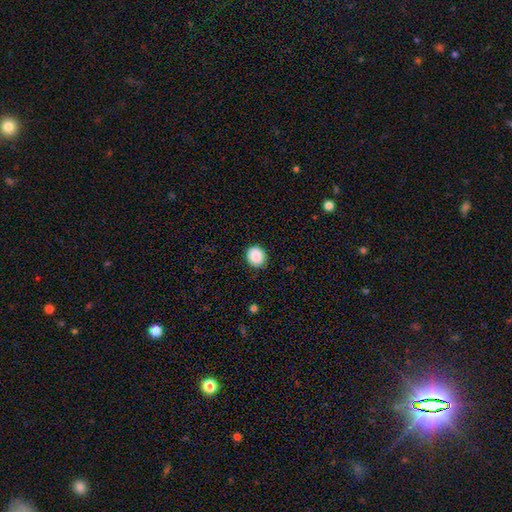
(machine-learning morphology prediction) A smooth galaxy with no disk features (89%) that is round (74%).

Vote fractions:
- Smooth or featured? smooth: 89% / star or artifact: 8% / featured or disk: 3%
- How rounded? round: 74% / in between: 25% / cigar-shaped: 1%
- Merging? none: 90% / minor disturbance: 7% / major disturbance: 2% / merger: 1%